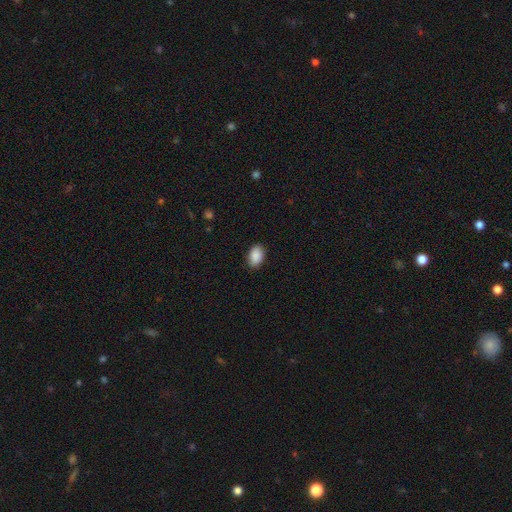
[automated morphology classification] Smooth or featured? Predicted: smooth (p=0.90). How rounded? Predicted: in between (p=0.89). Merging? Predicted: none (p=0.88).